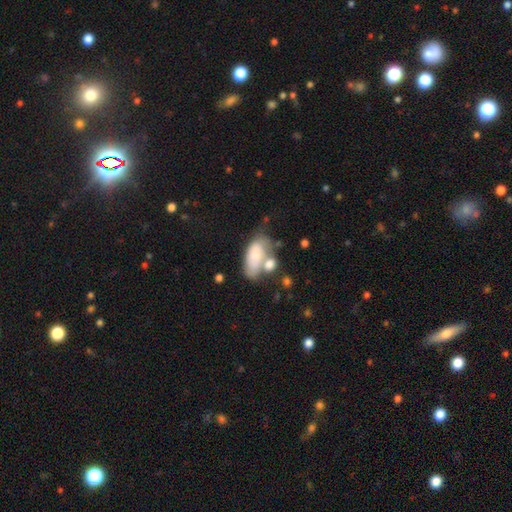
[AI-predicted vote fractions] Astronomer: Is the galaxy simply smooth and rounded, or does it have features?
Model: smooth — 65%.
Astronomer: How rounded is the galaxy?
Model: in between — 91%.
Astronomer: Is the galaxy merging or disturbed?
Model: merger — 39% (runner-up: none, 29%).